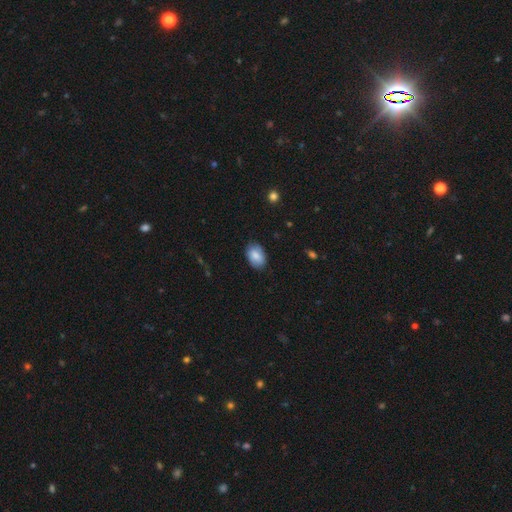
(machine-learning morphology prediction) smooth_or_featured: smooth (p=0.81) [alt: featured or disk p=0.12]
how_rounded: in between (p=0.89) [alt: round p=0.10]
merging: none (p=0.79) [alt: minor disturbance p=0.17]